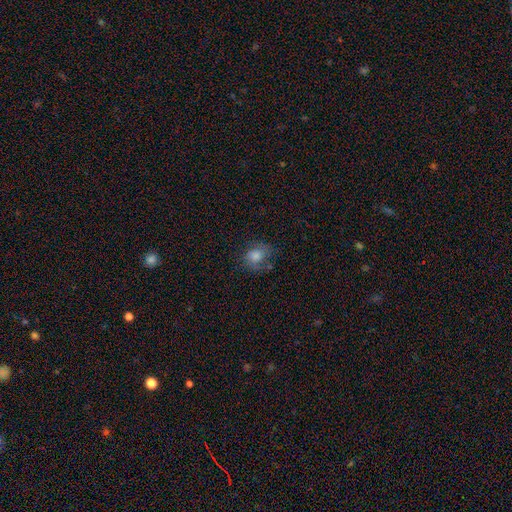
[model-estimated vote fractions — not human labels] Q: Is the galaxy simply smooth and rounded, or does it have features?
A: smooth — 66%.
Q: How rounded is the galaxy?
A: round — 62%.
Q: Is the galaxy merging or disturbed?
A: none — 61%.